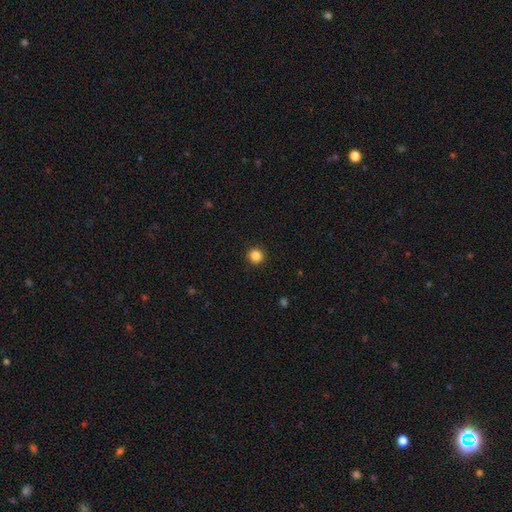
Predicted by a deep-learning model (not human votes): Smooth or featured? smooth (86%)
How rounded? round (94%)
Merging? none (93%)